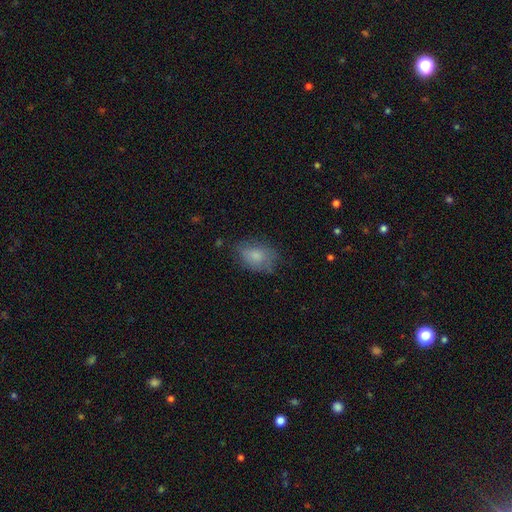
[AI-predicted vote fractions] Smooth or featured?
  - smooth: 77% *
  - featured or disk: 15%
  - star or artifact: 8%
How rounded?
  - in between: 80% *
  - round: 18%
  - cigar-shaped: 1%
Merging?
  - none: 64% *
  - minor disturbance: 26%
  - major disturbance: 9%
  - merger: 2%